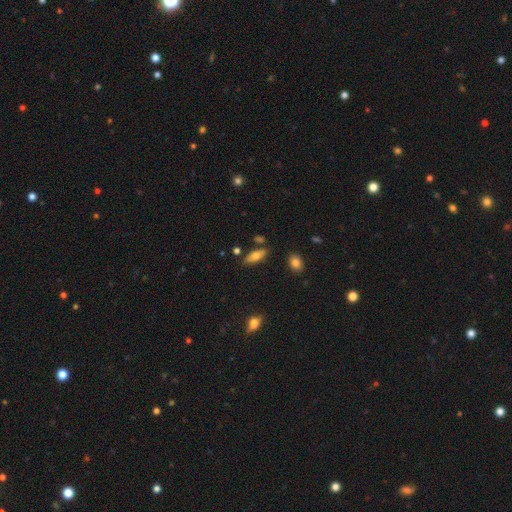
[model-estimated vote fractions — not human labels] This appears to be a smooth galaxy with no disk features (72%) that is in between round and cigar-shaped (75%). Merging: none (79%).